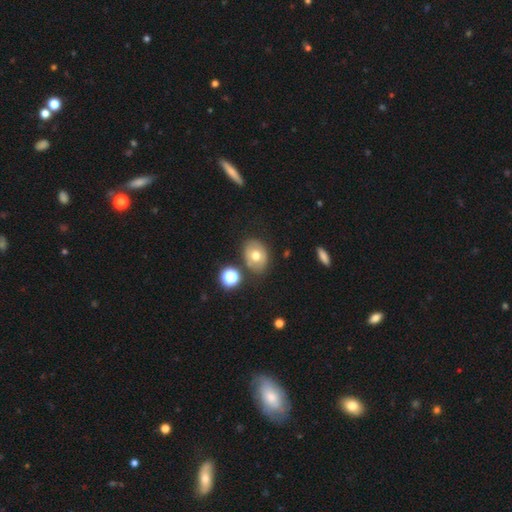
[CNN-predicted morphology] A smooth galaxy with no disk features (63%) that is in between round and cigar-shaped (62%). Merging: none (75%).